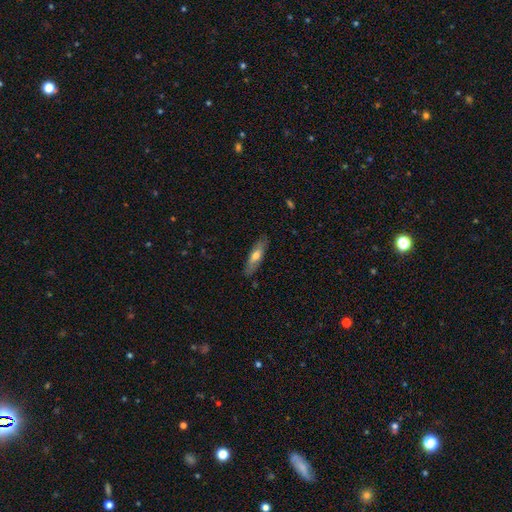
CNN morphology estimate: The model was most divided on "how rounded": cigar-shaped: 58%, in between: 40%, round: 2%. More confident: merging — none (84%); smooth or featured — smooth (58%).